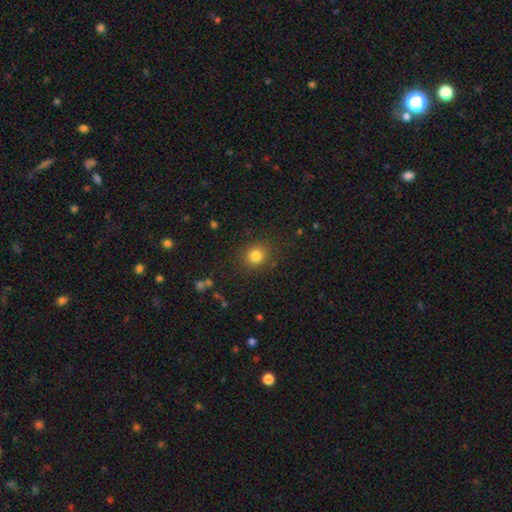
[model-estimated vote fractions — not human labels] Overall: smooth (82%). How rounded: round (85%). Merging: none (87%).